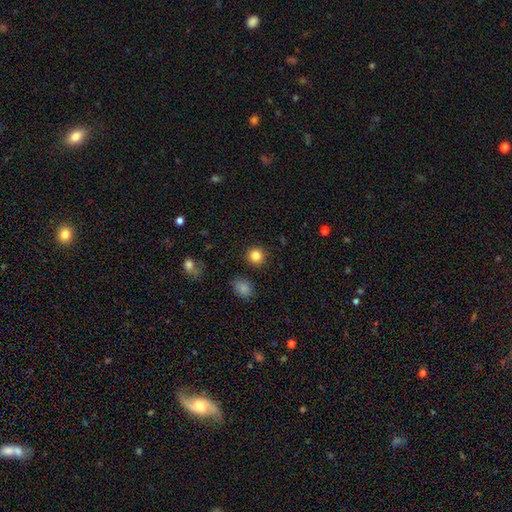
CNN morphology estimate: smooth_or_featured: smooth (p=0.84) [alt: star or artifact p=0.11]
how_rounded: round (p=0.92) [alt: in between p=0.07]
merging: none (p=0.91) [alt: minor disturbance p=0.05]